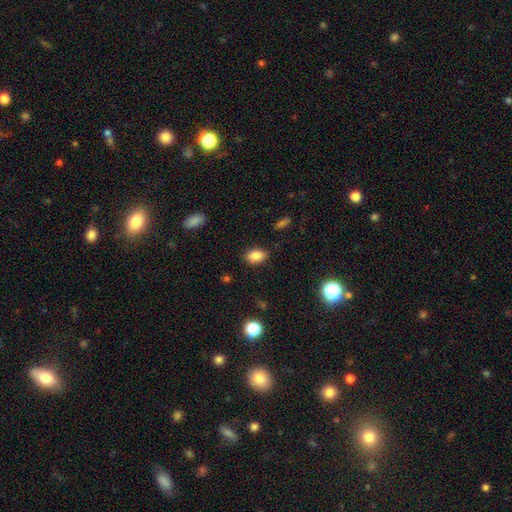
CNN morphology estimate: A smooth galaxy with no disk features (85%) that is in between round and cigar-shaped (86%).

Vote fractions:
- Smooth or featured? smooth: 85% / star or artifact: 10% / featured or disk: 6%
- How rounded? in between: 86% / round: 12% / cigar-shaped: 2%
- Merging? none: 85% / minor disturbance: 11% / major disturbance: 3% / merger: 1%